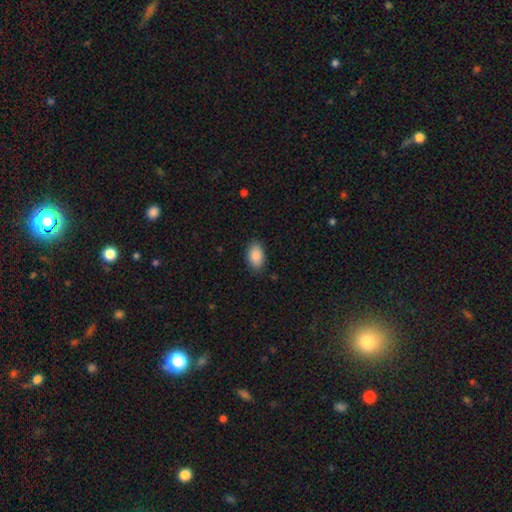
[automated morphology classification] Smooth or featured? smooth (89%)
How rounded? in between (90%)
Merging? none (86%)